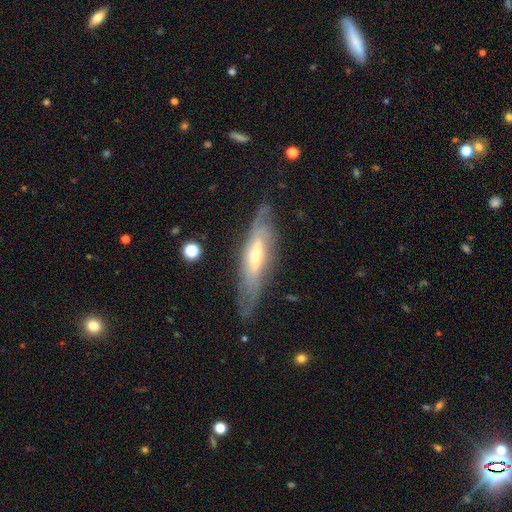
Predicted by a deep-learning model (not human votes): Smooth or featured? featured or disk (67%)
Edge-on disk? yes (57%)
Merging? none (72%)